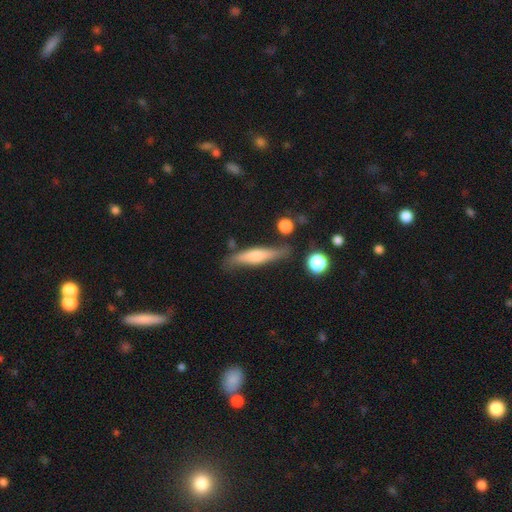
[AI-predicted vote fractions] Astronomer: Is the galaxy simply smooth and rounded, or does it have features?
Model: featured or disk — 53% (runner-up: smooth, 40%).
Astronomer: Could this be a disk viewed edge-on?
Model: yes — 90%.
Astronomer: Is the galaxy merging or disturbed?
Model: none — 74%.